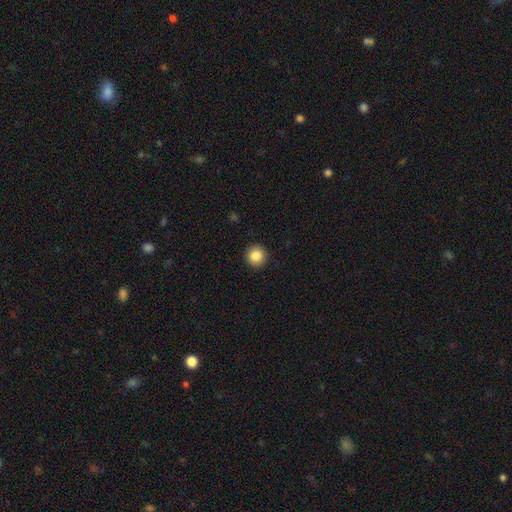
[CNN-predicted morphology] smooth-or-featured: smooth: 86% | star or artifact: 9% | featured or disk: 5%
  how-rounded: round: 94% | in between: 5% | cigar-shaped: 1%
  merging: none: 92% | minor disturbance: 5% | major disturbance: 2% | merger: 1%